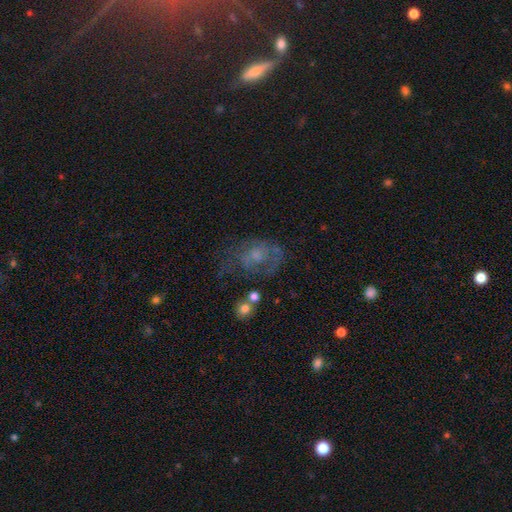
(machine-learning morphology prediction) This appears to be a featured or disk galaxy (53%) with no bar (80%), no spiral arms (55%) and a moderate central bulge (37%). Merging: none (38%).